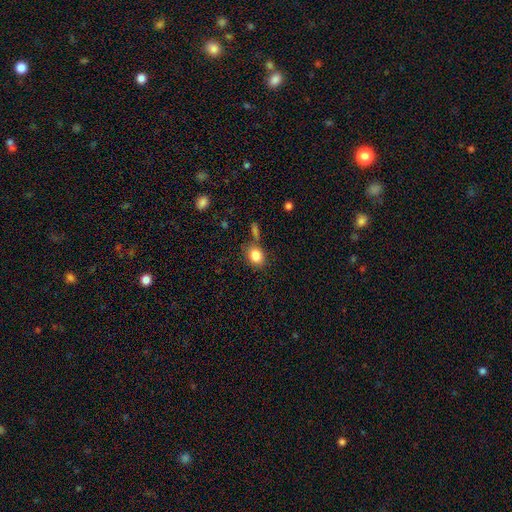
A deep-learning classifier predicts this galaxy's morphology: This is clearly a smooth galaxy (84%). How rounded: possibly in between (55%). Merging: likely none (68%).